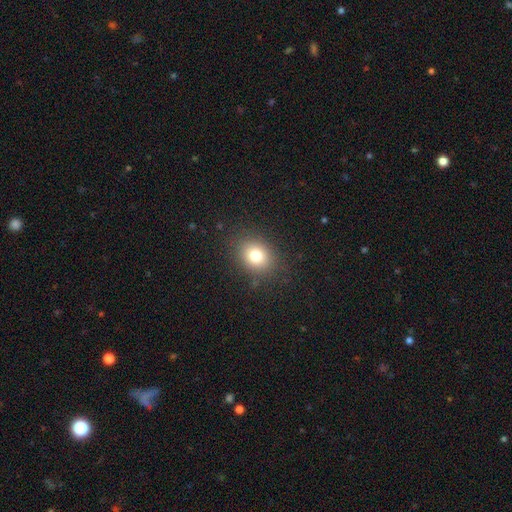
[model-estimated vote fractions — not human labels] Smooth or featured?
  - smooth: 77% *
  - star or artifact: 13%
  - featured or disk: 10%
How rounded?
  - round: 57% *
  - in between: 42%
  - cigar-shaped: 1%
Merging?
  - none: 86% *
  - minor disturbance: 9%
  - major disturbance: 4%
  - merger: 1%